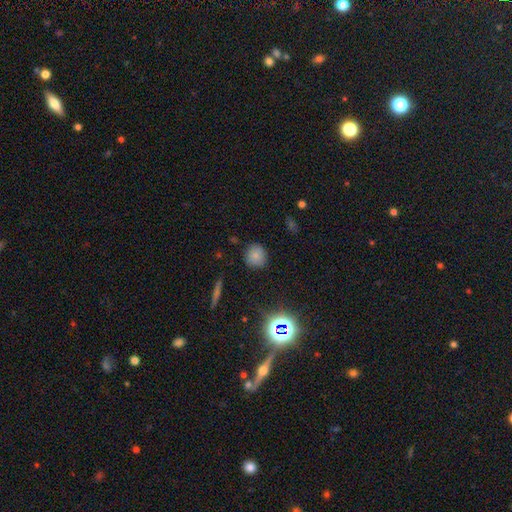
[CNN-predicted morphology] A smooth galaxy with no disk features (77%) that is round (89%). Merging: none (87%).